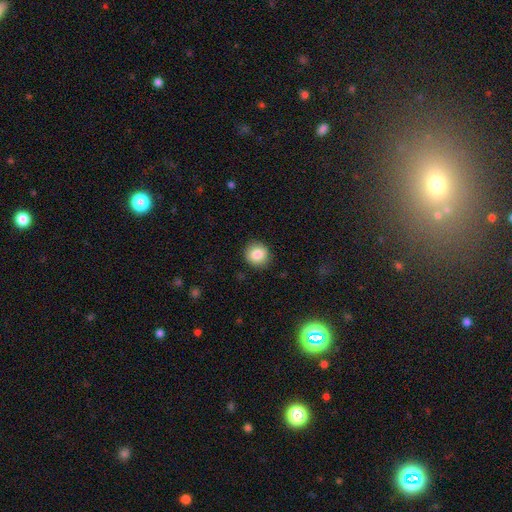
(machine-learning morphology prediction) A smooth galaxy with no disk features (85%) that is round (89%).

Vote fractions:
- Smooth or featured? smooth: 85% / star or artifact: 9% / featured or disk: 6%
- How rounded? round: 89% / in between: 10% / cigar-shaped: 1%
- Merging? none: 89% / minor disturbance: 8% / major disturbance: 2% / merger: 1%